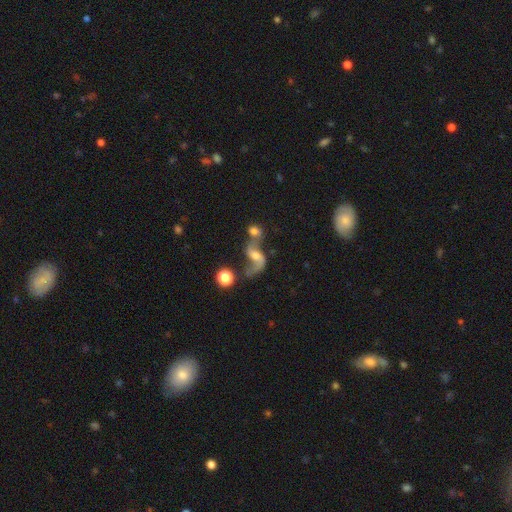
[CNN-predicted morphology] This appears to be a featured or disk galaxy (73%) with a weak bar (43%), 2 (82%) loose (83%) spiral arms (90%) and a moderate central bulge (45%). Merging: merger (46%).